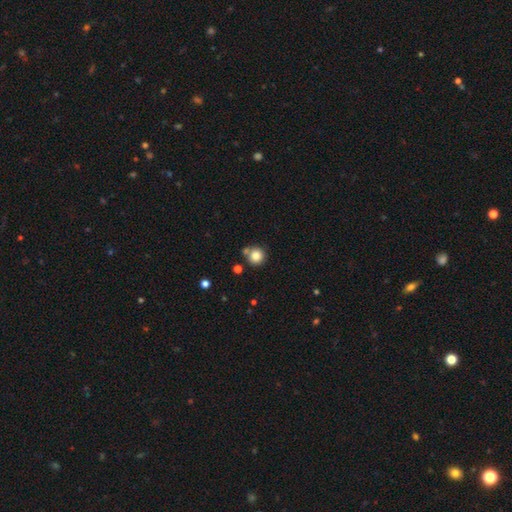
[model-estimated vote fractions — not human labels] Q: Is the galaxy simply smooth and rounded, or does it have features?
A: smooth — 84%.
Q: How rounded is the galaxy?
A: round — 94%.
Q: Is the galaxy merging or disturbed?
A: none — 71%.